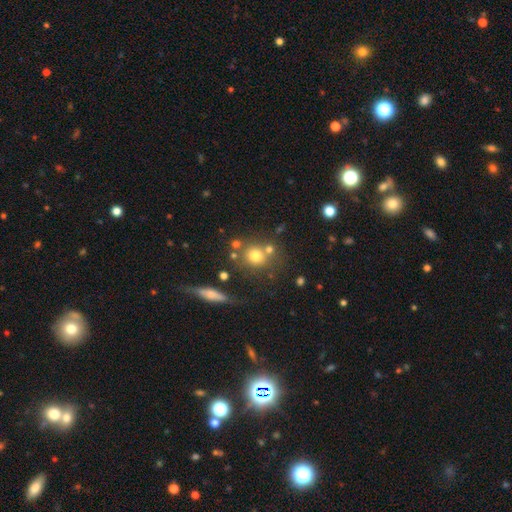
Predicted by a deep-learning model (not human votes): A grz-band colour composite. It shows a smooth galaxy with no disk features (71%) that is round (83%). Merging: none (64%).